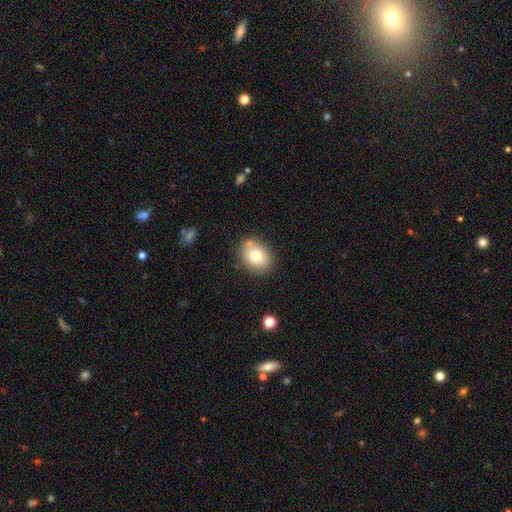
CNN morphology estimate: Overall: smooth (78%). How rounded: in between (64%; round 35%). Merging: none (76%).